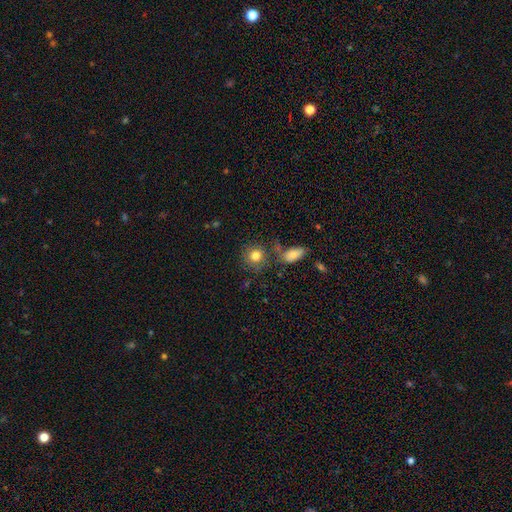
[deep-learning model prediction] This is clearly a smooth galaxy (81%). How rounded: clearly round (84%). Merging: likely none (71%).